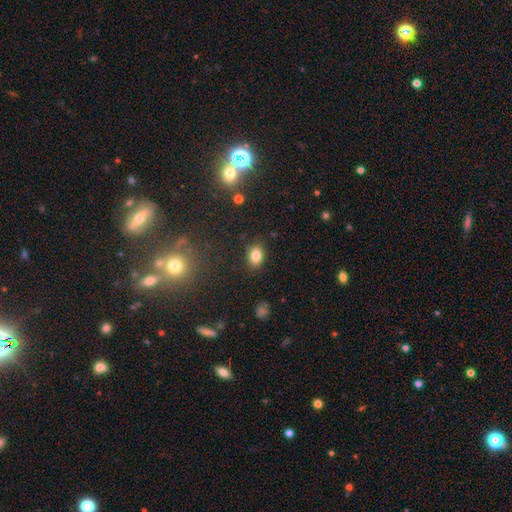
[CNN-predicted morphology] This is clearly a smooth galaxy (82%). How rounded: likely in between (71%). Merging: clearly none (83%).